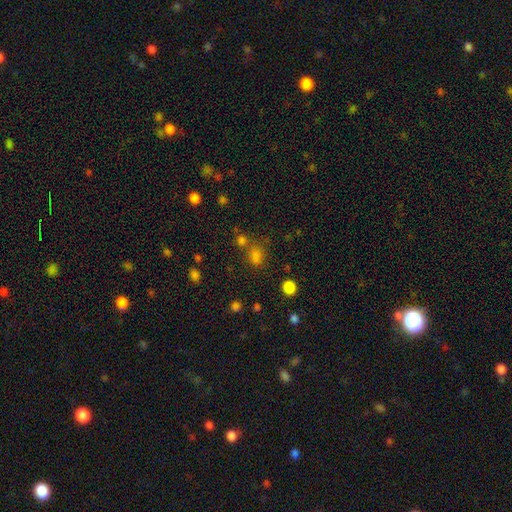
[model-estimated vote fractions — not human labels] This is likely a smooth galaxy (67%). How rounded: possibly round (55%). Merging: likely none (63%).